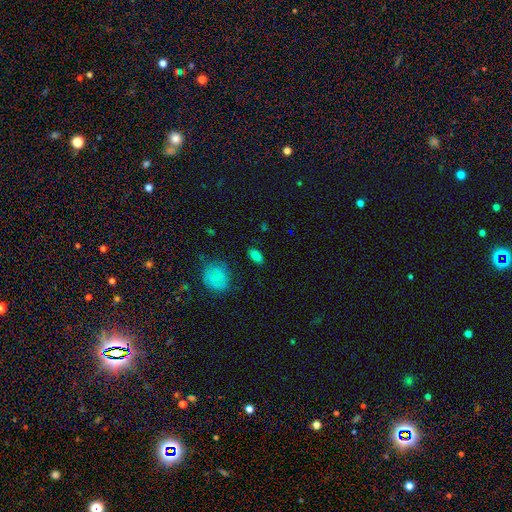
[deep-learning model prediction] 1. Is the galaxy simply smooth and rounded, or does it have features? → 79% smooth, 12% featured or disk, 10% star or artifact.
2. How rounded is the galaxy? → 90% in between, 6% round, 4% cigar-shaped.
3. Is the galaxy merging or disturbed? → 83% none, 12% minor disturbance, 3% major disturbance, 2% merger.